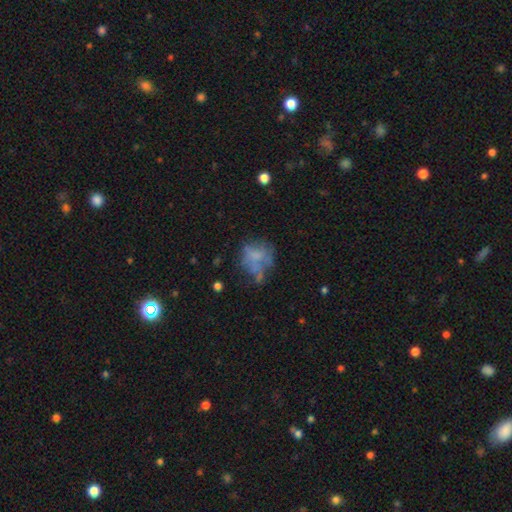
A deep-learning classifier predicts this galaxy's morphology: Smooth or featured?
  - smooth: 43% *
  - featured or disk: 42%
  - star or artifact: 15%
Merging?
  - none: 40% *
  - major disturbance: 28%
  - minor disturbance: 23%
  - merger: 9%